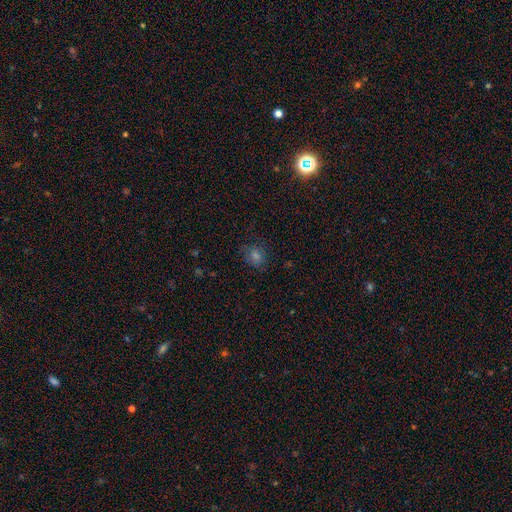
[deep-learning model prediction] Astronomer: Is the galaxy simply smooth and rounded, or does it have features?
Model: smooth — 59%.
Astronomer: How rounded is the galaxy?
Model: round — 70%.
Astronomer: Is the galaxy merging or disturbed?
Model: none — 78%.